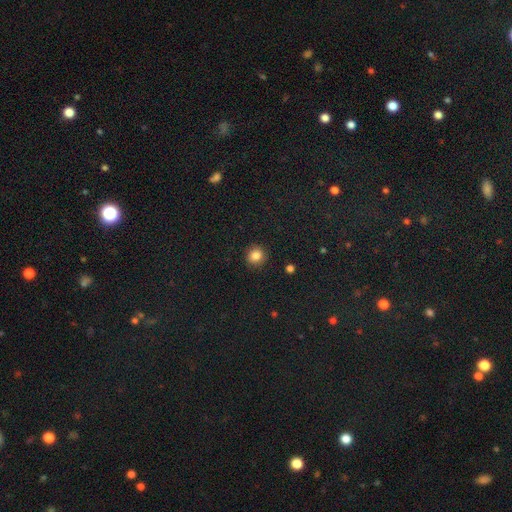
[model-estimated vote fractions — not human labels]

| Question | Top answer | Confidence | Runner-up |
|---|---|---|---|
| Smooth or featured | smooth | 84% | star or artifact (11%) |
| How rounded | round | 86% | in between (13%) |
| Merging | none | 90% | minor disturbance (7%) |